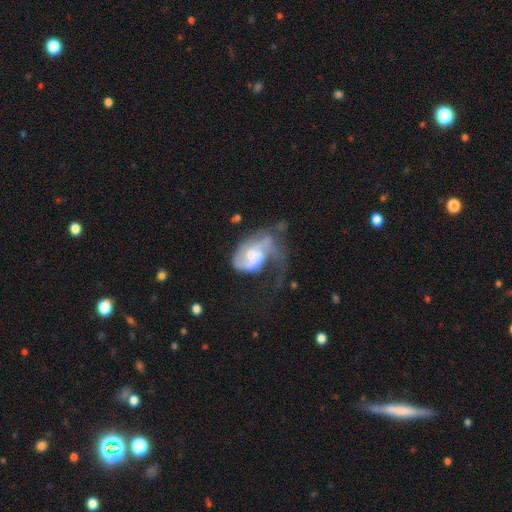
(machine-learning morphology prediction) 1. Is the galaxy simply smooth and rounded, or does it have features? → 67% featured or disk, 25% smooth, 7% star or artifact.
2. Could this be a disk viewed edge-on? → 97% no, 3% yes.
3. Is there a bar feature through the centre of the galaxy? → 66% no, 28% weak, 6% strong.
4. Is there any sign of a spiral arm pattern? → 71% yes, 29% no.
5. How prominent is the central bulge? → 43% moderate, 32% small, 13% large, 11% none, 3% dominant.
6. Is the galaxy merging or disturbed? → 54% major disturbance, 17% merger, 15% none, 14% minor disturbance.